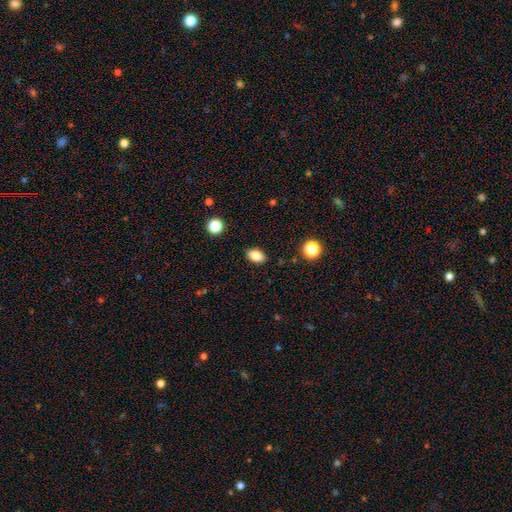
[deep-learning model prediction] A smooth galaxy with no disk features (84%) that is in between round and cigar-shaped (87%).

Vote fractions:
- Smooth or featured? smooth: 84% / star or artifact: 9% / featured or disk: 7%
- How rounded? in between: 87% / round: 11% / cigar-shaped: 2%
- Merging? none: 88% / minor disturbance: 9% / major disturbance: 2% / merger: 1%